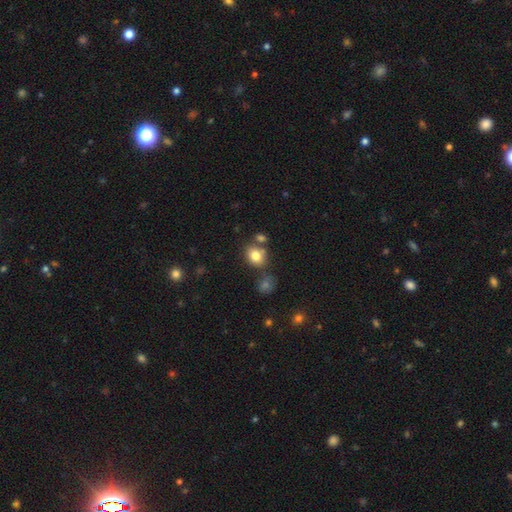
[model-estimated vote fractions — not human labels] A smooth galaxy with no disk features (80%) that is in between round and cigar-shaped (50%).

Vote fractions:
- Smooth or featured? smooth: 80% / star or artifact: 11% / featured or disk: 9%
- How rounded? in between: 50% / round: 49% / cigar-shaped: 1%
- Merging? none: 64% / merger: 17% / minor disturbance: 14% / major disturbance: 5%